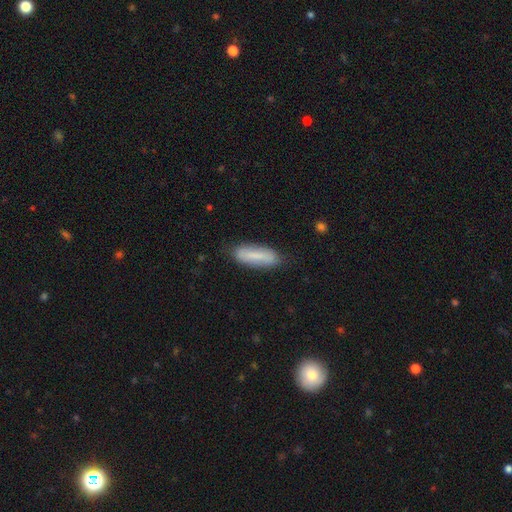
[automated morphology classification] Overall: smooth (71%). How rounded: in between (50%; cigar-shaped 47%). Merging: none (81%).